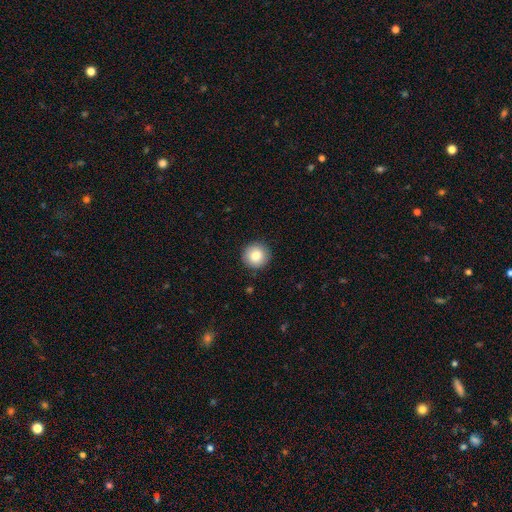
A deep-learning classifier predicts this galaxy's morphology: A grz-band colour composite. It shows a smooth galaxy with no disk features (84%) that is round (95%). Merging: none (91%).